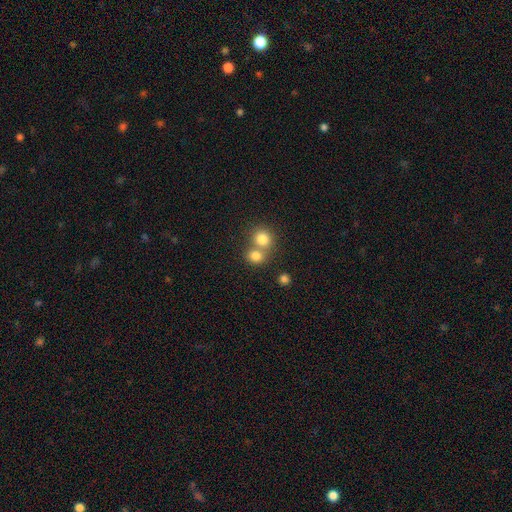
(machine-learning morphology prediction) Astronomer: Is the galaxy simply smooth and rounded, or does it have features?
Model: smooth — 79%.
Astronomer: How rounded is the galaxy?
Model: round — 76%.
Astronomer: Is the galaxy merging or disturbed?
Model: merger — 51% (runner-up: none, 41%).